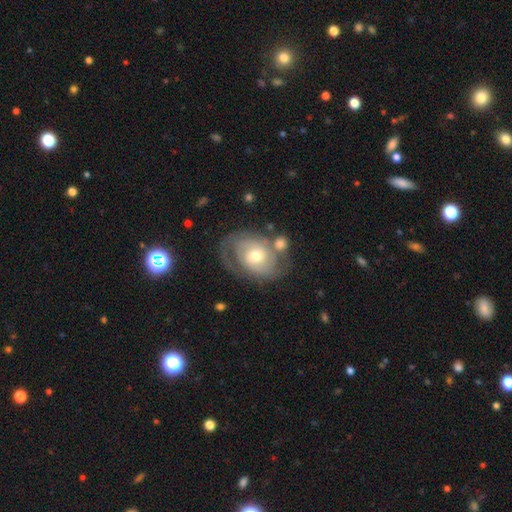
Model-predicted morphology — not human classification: A featured or disk galaxy (77%) with no bar (73%), 2 (63%) tight (54%) spiral arms (87%) and a moderate central bulge (63%).

Vote fractions:
- Smooth or featured? featured or disk: 77% / smooth: 18% / star or artifact: 6%
- Edge-on disk? no: 96% / yes: 4%
- Bar? no: 73% / weak: 22% / strong: 5%
- Spiral arms? yes: 87% / no: 13%
- Spiral winding? tight: 54% / medium: 34% / loose: 12%
- Spiral arm count? 2: 63% / can't tell: 21% / 1: 7% / 3: 6% / 4: 2% / more than 4: 2%
- Bulge size? moderate: 63% / small: 30% / large: 5% / dominant: 1% / none: 1%
- Merging? none: 57% / minor disturbance: 19% / merger: 13% / major disturbance: 12%